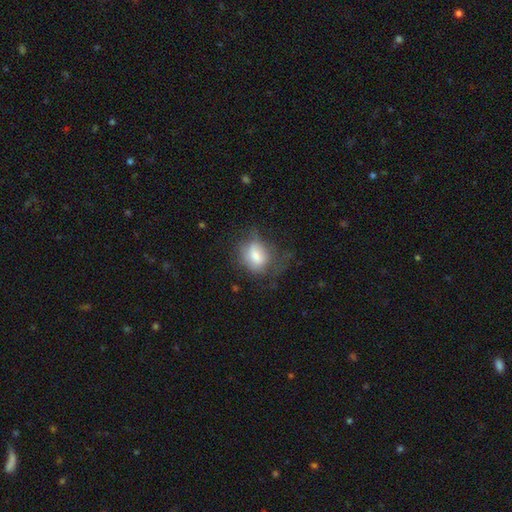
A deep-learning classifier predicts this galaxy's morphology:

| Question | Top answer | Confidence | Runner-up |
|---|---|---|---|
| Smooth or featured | smooth | 68% | featured or disk (23%) |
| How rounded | in between | 61% | round (38%) |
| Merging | none | 38% | minor disturbance (31%) |